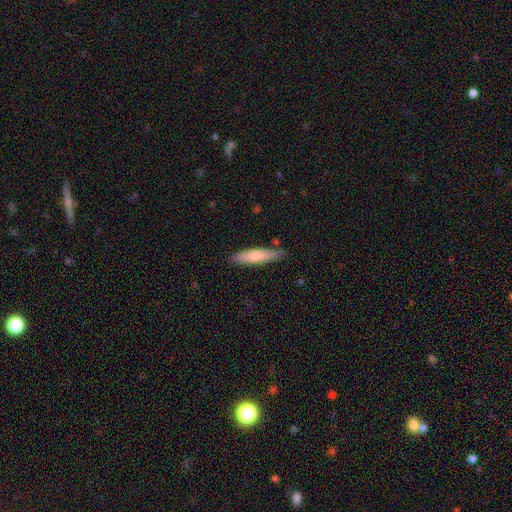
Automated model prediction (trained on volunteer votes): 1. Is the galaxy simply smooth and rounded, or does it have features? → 74% smooth, 20% featured or disk, 6% star or artifact.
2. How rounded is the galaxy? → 81% cigar-shaped, 18% in between, 1% round.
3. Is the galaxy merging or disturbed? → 83% none, 13% minor disturbance, 2% major disturbance, 2% merger.